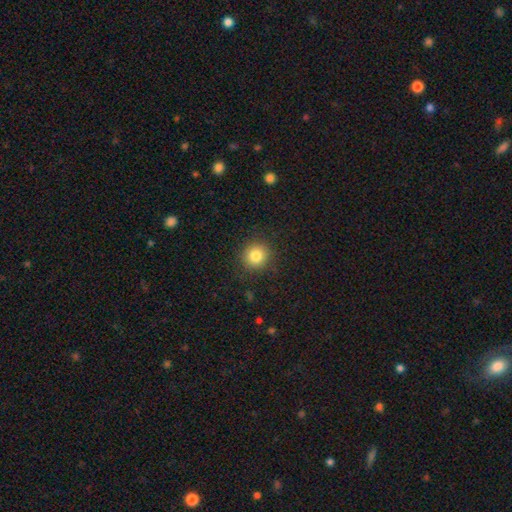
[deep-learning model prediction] Overall: smooth (82%). How rounded: round (90%). Merging: none (89%).